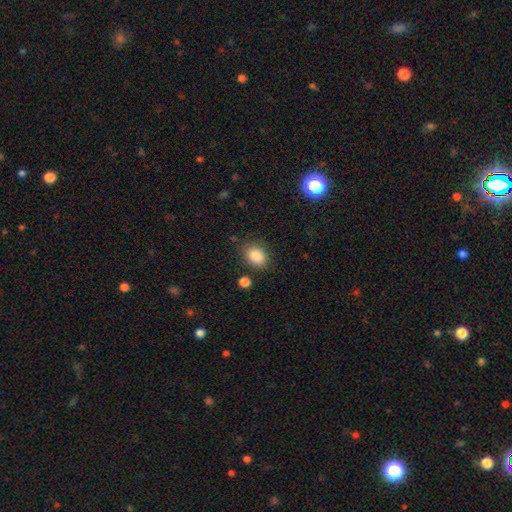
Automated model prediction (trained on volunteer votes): smooth-or-featured: smooth: 86% | star or artifact: 9% | featured or disk: 5%
  how-rounded: in between: 65% | round: 34% | cigar-shaped: 1%
  merging: none: 79% | minor disturbance: 13% | major disturbance: 4% | merger: 4%